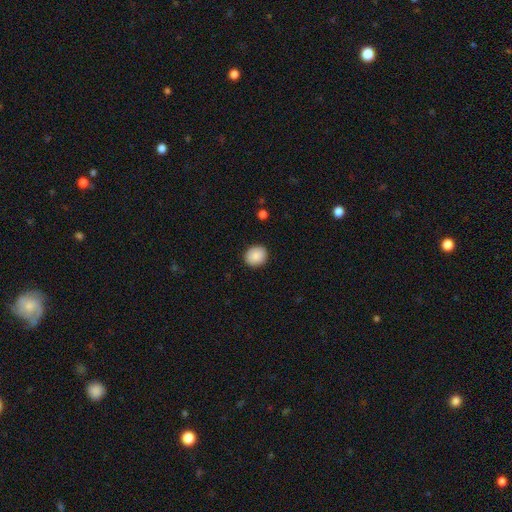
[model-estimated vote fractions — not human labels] Q: Smooth or featured?
A: smooth (89%); runner-up: star or artifact (7%)
Q: How rounded?
A: round (74%); runner-up: in between (25%)
Q: Merging?
A: none (91%); runner-up: minor disturbance (7%)